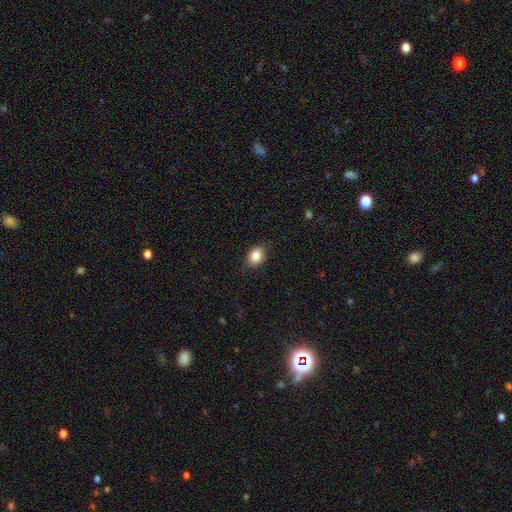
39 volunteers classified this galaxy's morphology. type=smooth (92%); roundness=in between (64%); merging=none (81%).